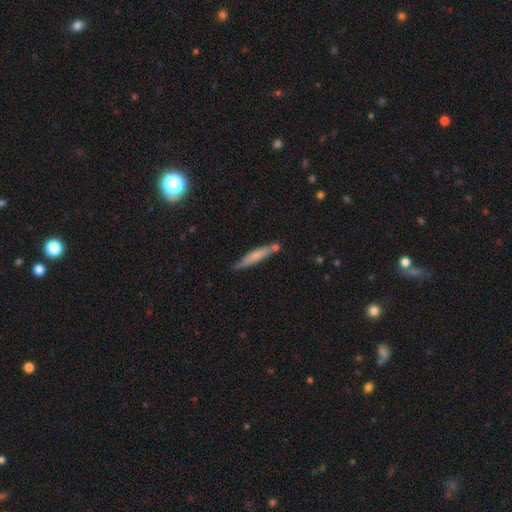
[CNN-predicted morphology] smooth_or_featured: smooth (p=0.61) [alt: featured or disk p=0.33]
how_rounded: cigar-shaped (p=0.91) [alt: in between p=0.07]
merging: none (p=0.73) [alt: minor disturbance p=0.15]